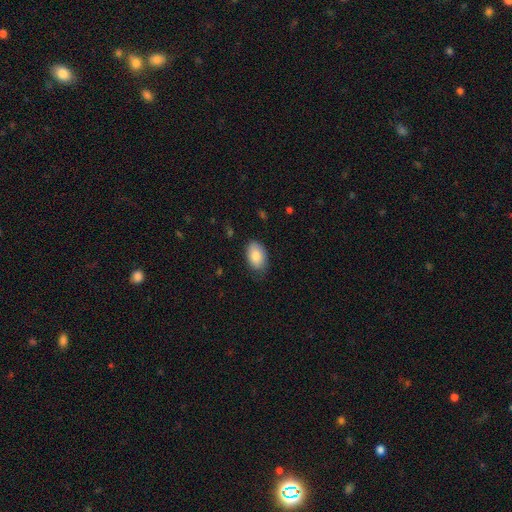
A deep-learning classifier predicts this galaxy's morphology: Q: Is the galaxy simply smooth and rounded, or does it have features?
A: smooth — 80%.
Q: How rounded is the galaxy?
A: in between — 92%.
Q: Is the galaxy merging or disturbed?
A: none — 72%.